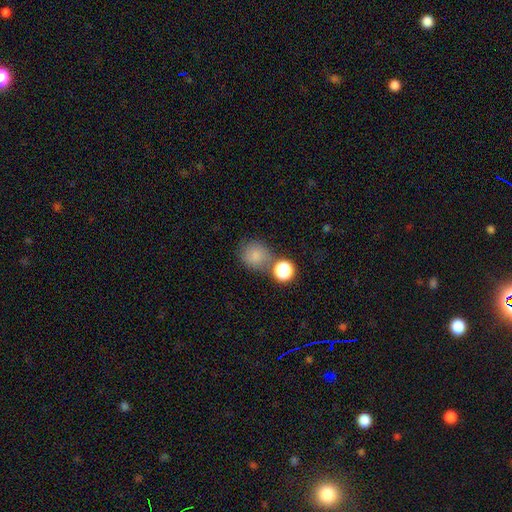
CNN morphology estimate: Q: Smooth or featured?
A: smooth (80%); runner-up: star or artifact (13%)
Q: How rounded?
A: round (84%); runner-up: in between (15%)
Q: Merging?
A: none (64%); runner-up: merger (16%)